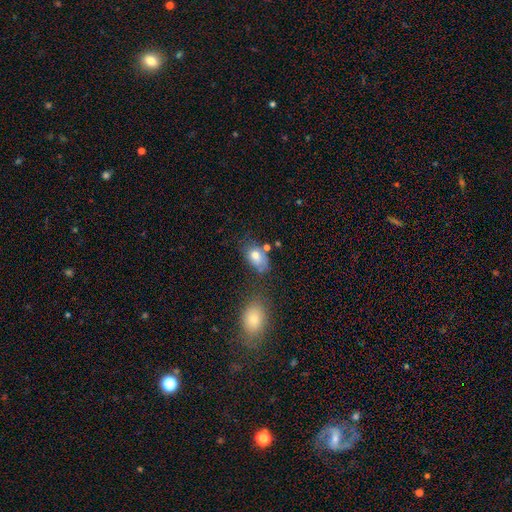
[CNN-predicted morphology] type=smooth (74%); roundness=in between (84%); merging=none (48%).